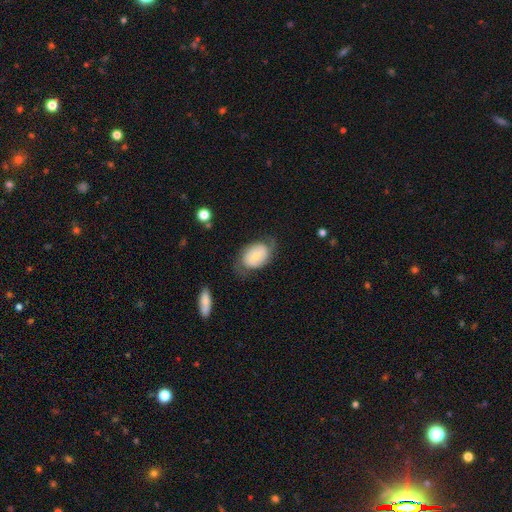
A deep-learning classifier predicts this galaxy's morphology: featured or disk 48%, smooth 45%, star or artifact 7%. Down the decision tree: merging — none (55%).